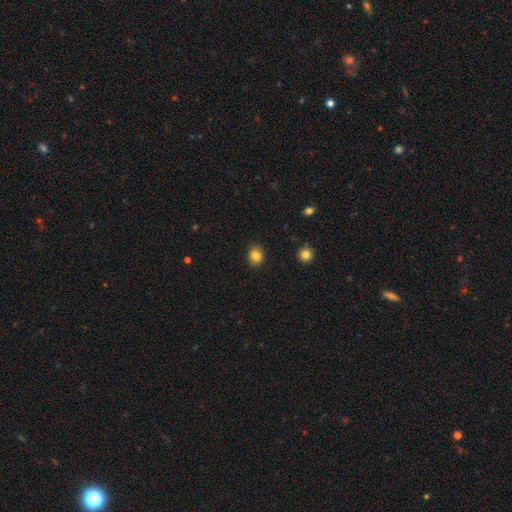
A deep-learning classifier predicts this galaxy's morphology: A smooth galaxy with no disk features (83%) that is round (56%).

Vote fractions:
- Smooth or featured? smooth: 83% / star or artifact: 10% / featured or disk: 7%
- How rounded? round: 56% / in between: 44% / cigar-shaped: 1%
- Merging? none: 89% / minor disturbance: 8% / major disturbance: 2% / merger: 1%